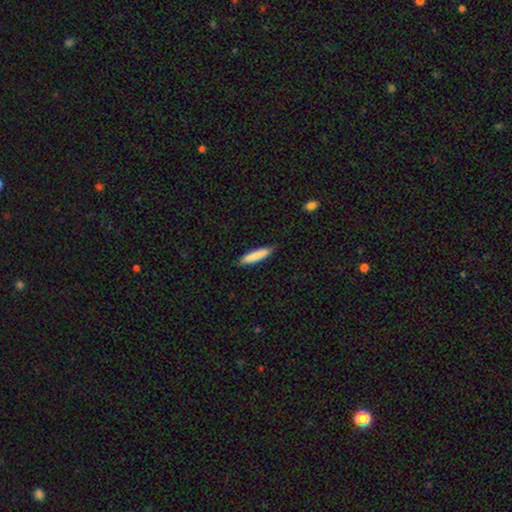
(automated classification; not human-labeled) smooth_or_featured: smooth (p=0.84) [alt: featured or disk p=0.11]
how_rounded: cigar-shaped (p=0.85) [alt: in between p=0.14]
merging: none (p=0.85) [alt: minor disturbance p=0.12]